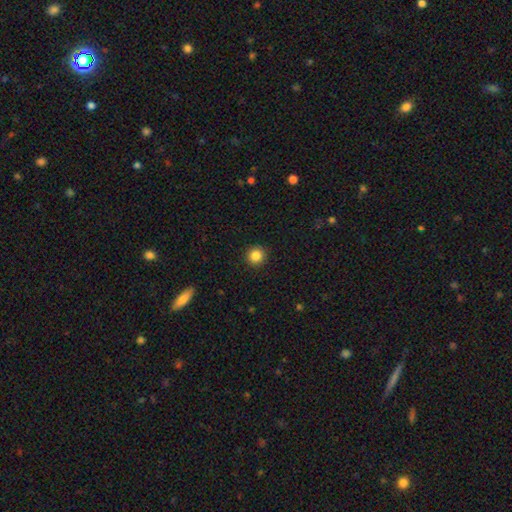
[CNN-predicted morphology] smooth-or-featured: smooth: 85% | star or artifact: 10% | featured or disk: 4%
  how-rounded: round: 93% | in between: 6% | cigar-shaped: 1%
  merging: none: 92% | minor disturbance: 5% | major disturbance: 2% | merger: 1%